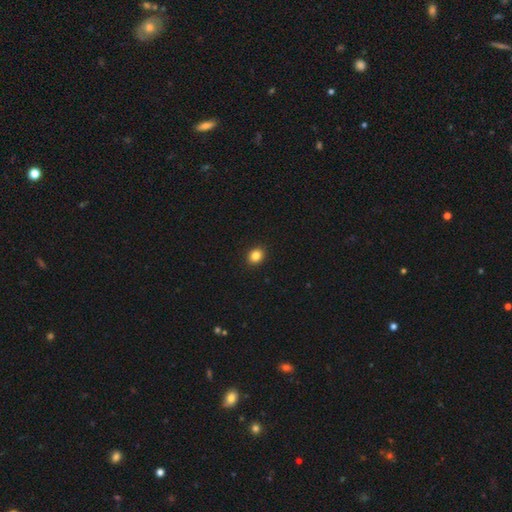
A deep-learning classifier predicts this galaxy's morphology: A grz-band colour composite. It shows a smooth galaxy with no disk features (85%) that is round (61%). Merging: none (92%).